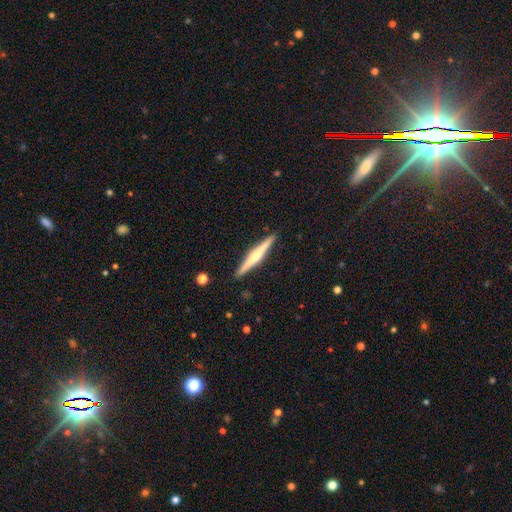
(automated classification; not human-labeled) Q: Smooth or featured?
A: featured or disk (65%); runner-up: smooth (30%)
Q: Edge-on disk?
A: yes (98%); runner-up: no (2%)
Q: Edge-on bulge?
A: rounded (82%); runner-up: none (12%)
Q: Merging?
A: none (92%); runner-up: minor disturbance (6%)